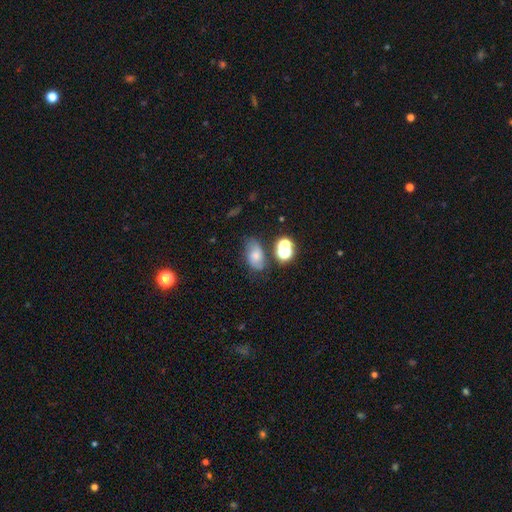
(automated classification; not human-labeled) smooth-or-featured: smooth: 55% | featured or disk: 28% | star or artifact: 16%
  how-rounded: in between: 81% | round: 17% | cigar-shaped: 2%
  merging: none: 53% | minor disturbance: 24% | merger: 12% | major disturbance: 10%